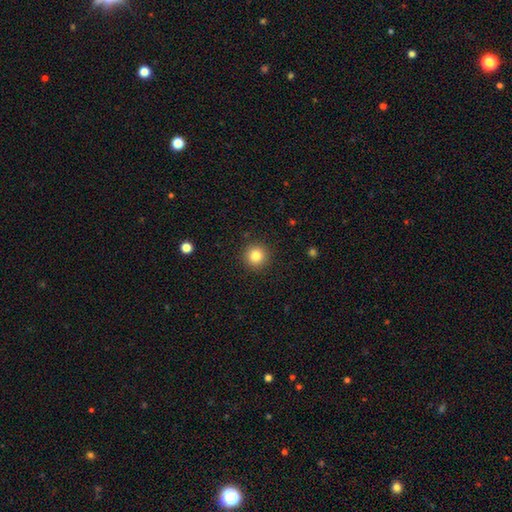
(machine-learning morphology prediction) smooth_or_featured: smooth (p=0.83) [alt: star or artifact p=0.11]
how_rounded: round (p=0.95) [alt: in between p=0.04]
merging: none (p=0.92) [alt: minor disturbance p=0.05]